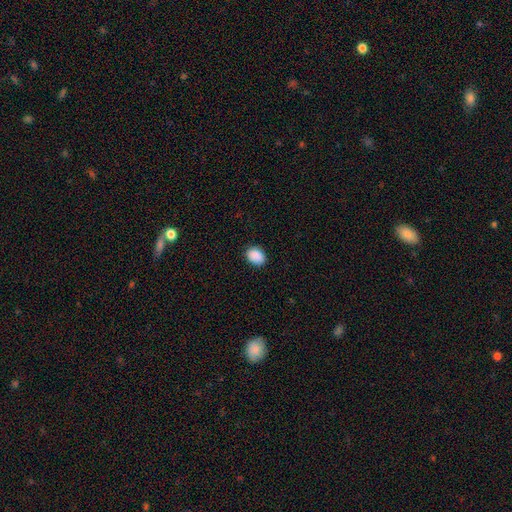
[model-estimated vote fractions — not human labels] This appears to be a smooth galaxy with no disk features (89%) that is in between round and cigar-shaped (70%). Merging: none (83%).